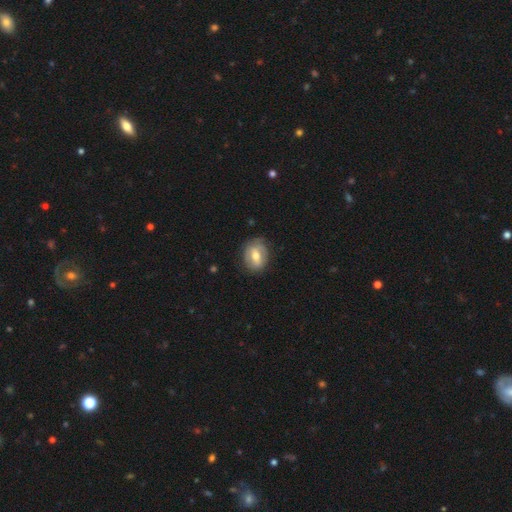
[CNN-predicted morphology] Overall: smooth (50%; featured or disk 42%). How rounded: in between (63%; round 35%). Merging: none (73%).